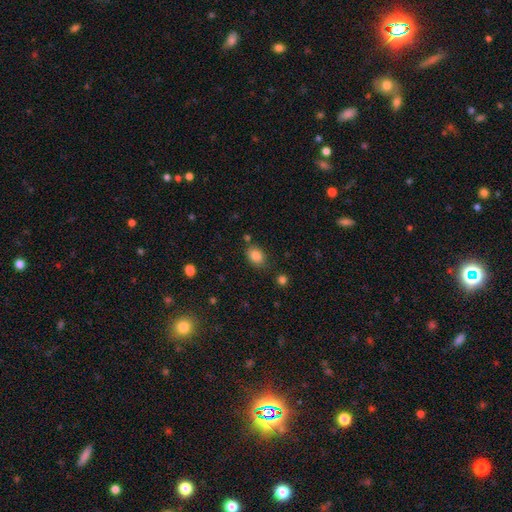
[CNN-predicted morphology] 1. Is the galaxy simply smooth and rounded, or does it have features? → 84% smooth, 10% star or artifact, 6% featured or disk.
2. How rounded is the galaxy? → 63% in between, 36% round, 1% cigar-shaped.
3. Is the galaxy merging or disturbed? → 76% none, 15% minor disturbance, 6% merger, 4% major disturbance.